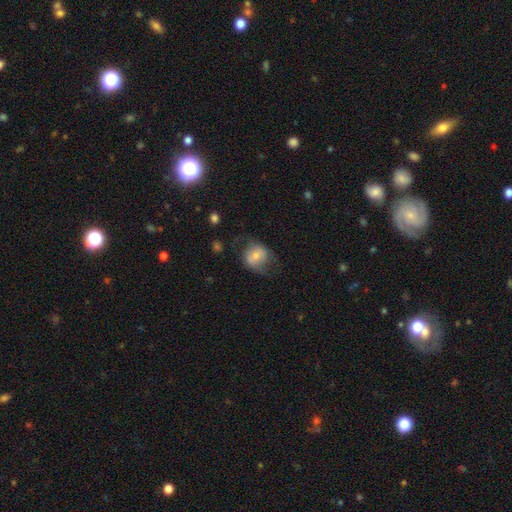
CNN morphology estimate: This appears to be a smooth galaxy with no disk features (61%) that is round (68%). Merging: none (58%).